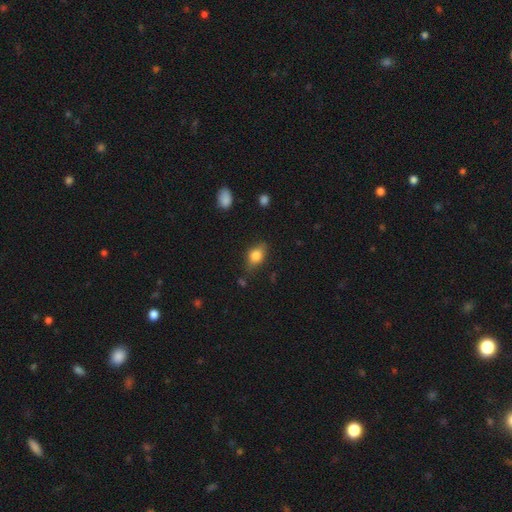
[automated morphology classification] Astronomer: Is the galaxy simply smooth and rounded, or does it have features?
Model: smooth — 77%.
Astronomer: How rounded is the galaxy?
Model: in between — 75%.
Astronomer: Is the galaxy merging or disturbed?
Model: none — 73%.